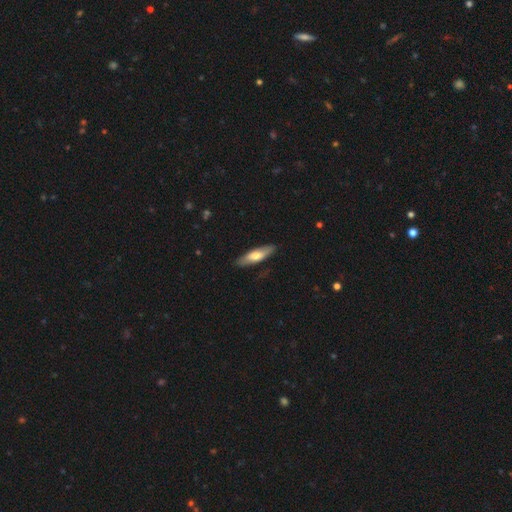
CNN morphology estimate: Smooth or featured: smooth — 64% (featured or disk — 31%)
How rounded: cigar-shaped — 63% (in between — 35%)
Merging: none — 86% (minor disturbance — 11%)